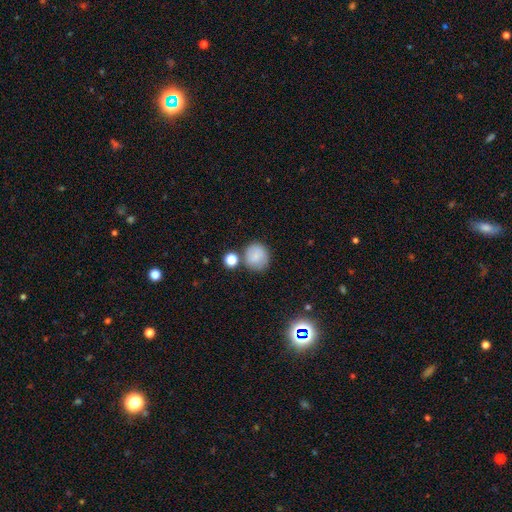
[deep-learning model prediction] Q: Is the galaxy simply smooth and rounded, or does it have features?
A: smooth — 81%.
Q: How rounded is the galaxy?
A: round — 88%.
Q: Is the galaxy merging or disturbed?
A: none — 70%.